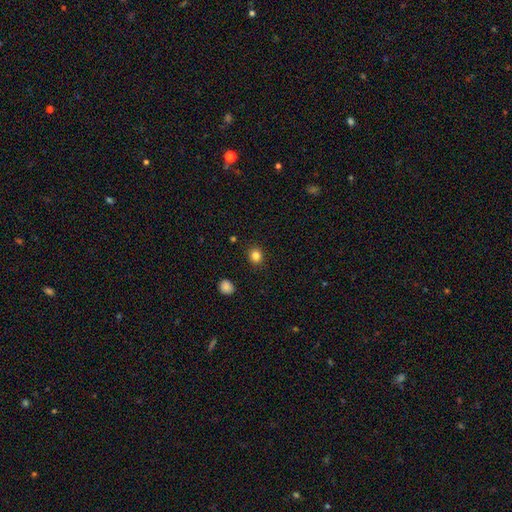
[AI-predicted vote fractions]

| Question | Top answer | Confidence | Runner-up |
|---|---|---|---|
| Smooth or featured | smooth | 84% | star or artifact (12%) |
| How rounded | round | 78% | in between (21%) |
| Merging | none | 90% | minor disturbance (7%) |